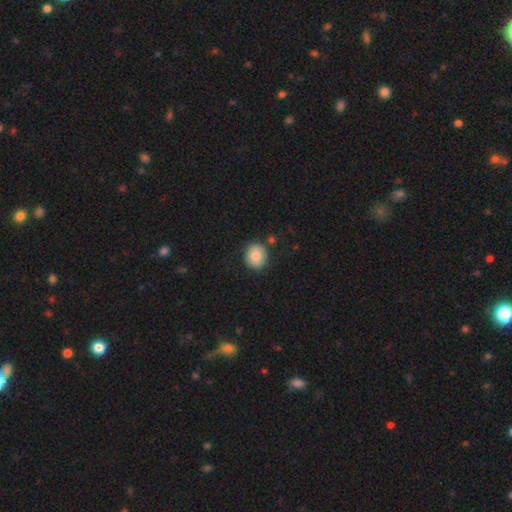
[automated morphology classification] smooth 83%, featured or disk 9%, star or artifact 8%. Down the decision tree: how rounded — round (77%); merging — none (84%).